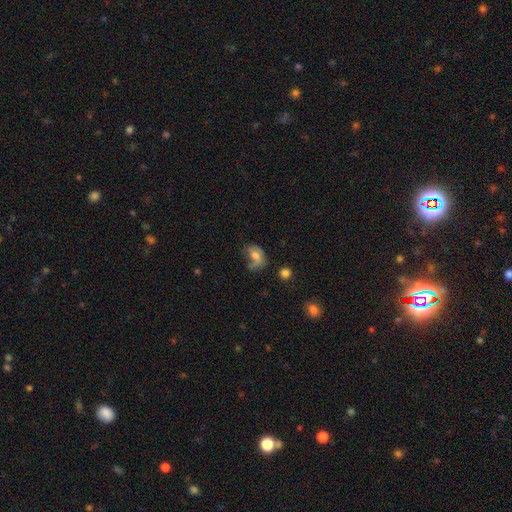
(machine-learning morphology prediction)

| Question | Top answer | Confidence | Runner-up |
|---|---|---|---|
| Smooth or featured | smooth | 47% | featured or disk (42%) |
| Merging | none | 34% | major disturbance (32%) |